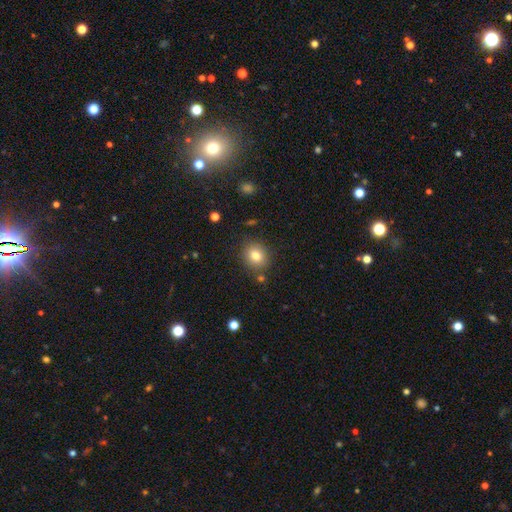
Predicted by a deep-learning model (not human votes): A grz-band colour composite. It shows a smooth galaxy with no disk features (80%) that is round (78%). Merging: none (82%).